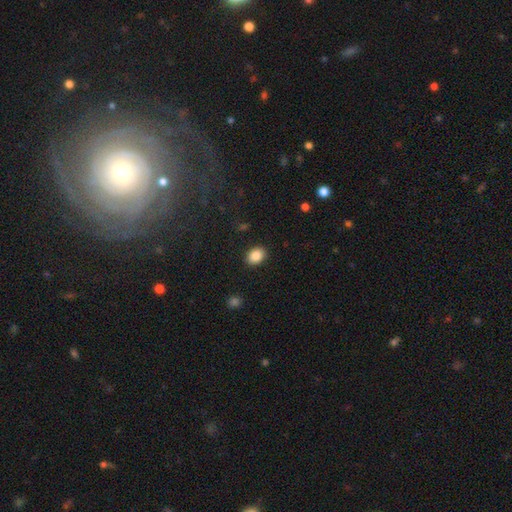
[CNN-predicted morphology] Q: Smooth or featured?
A: smooth (87%); runner-up: star or artifact (8%)
Q: How rounded?
A: in between (63%); runner-up: round (37%)
Q: Merging?
A: none (89%); runner-up: minor disturbance (7%)